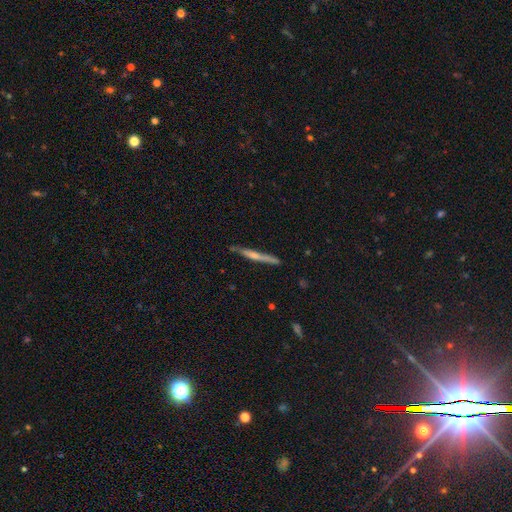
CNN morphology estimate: A featured or disk galaxy (55%) viewed edge-on (96%) with a rounded central bulge (45%).

Vote fractions:
- Smooth or featured? featured or disk: 55% / smooth: 39% / star or artifact: 6%
- Edge-on disk? yes: 96% / no: 4%
- Edge-on bulge? rounded: 45% / none: 44% / boxy: 11%
- Merging? none: 84% / minor disturbance: 12% / major disturbance: 2% / merger: 2%